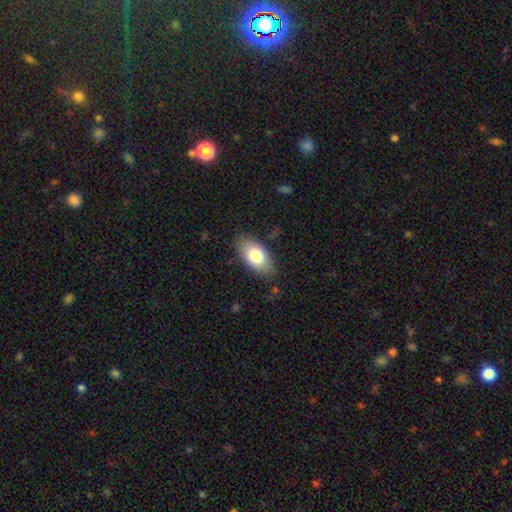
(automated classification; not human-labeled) smooth 77%, featured or disk 16%, star or artifact 7%. Down the decision tree: how rounded — in between (92%); merging — none (82%).